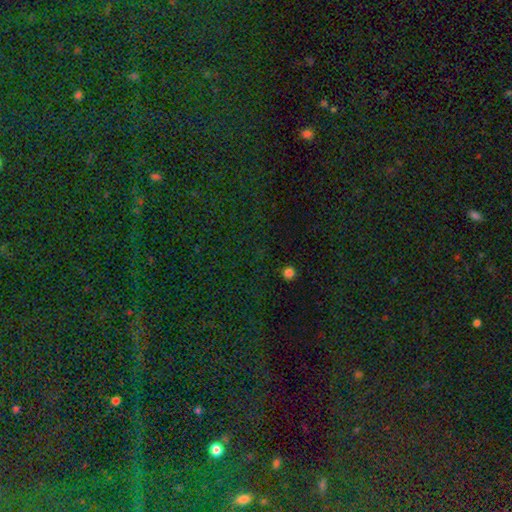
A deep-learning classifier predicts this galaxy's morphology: smooth_or_featured: star or artifact (p=0.82) [alt: smooth p=0.11]